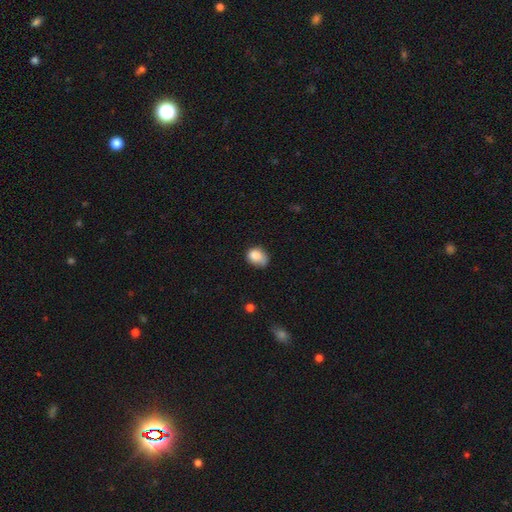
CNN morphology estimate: This appears to be a smooth galaxy with no disk features (84%) that is in between round and cigar-shaped (59%). Merging: none (44%).